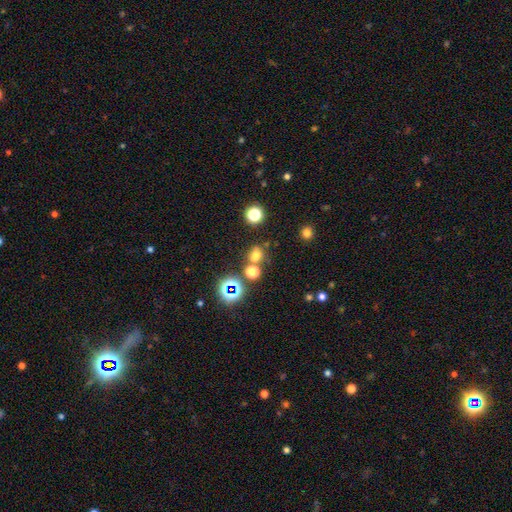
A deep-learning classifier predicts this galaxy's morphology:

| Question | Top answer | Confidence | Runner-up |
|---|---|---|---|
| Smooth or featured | smooth | 62% | star or artifact (30%) |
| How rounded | round | 68% | in between (31%) |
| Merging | none | 65% | merger (21%) |